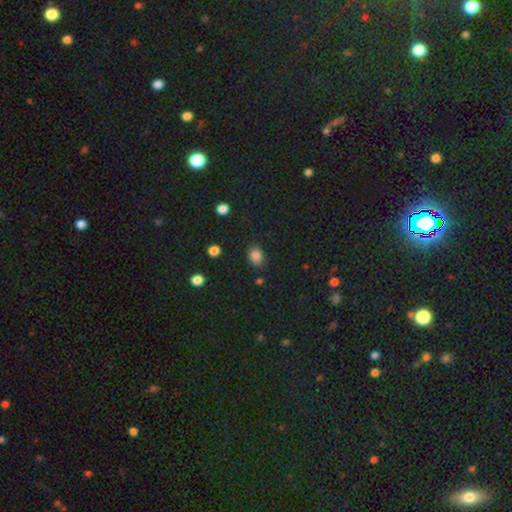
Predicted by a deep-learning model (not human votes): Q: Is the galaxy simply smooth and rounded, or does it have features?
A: smooth — 84%.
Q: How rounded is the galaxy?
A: in between — 62%.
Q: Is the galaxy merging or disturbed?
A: none — 82%.